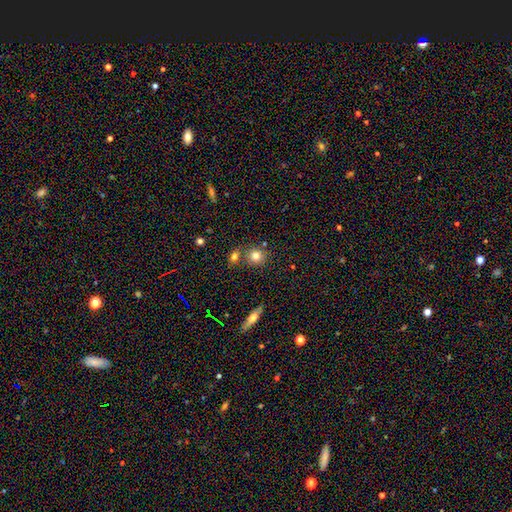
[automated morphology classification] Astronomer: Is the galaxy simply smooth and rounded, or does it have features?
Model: smooth — 79%.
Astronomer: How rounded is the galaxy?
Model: round — 85%.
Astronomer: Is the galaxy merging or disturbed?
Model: none — 71%.